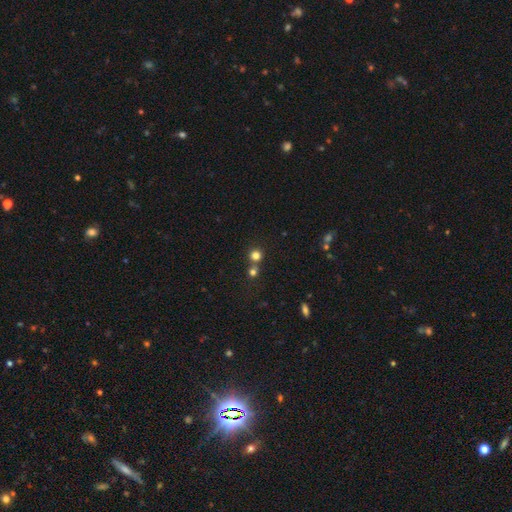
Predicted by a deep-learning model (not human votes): Morphology: type=smooth (77%); roundness=round (91%); merging=none (62%).